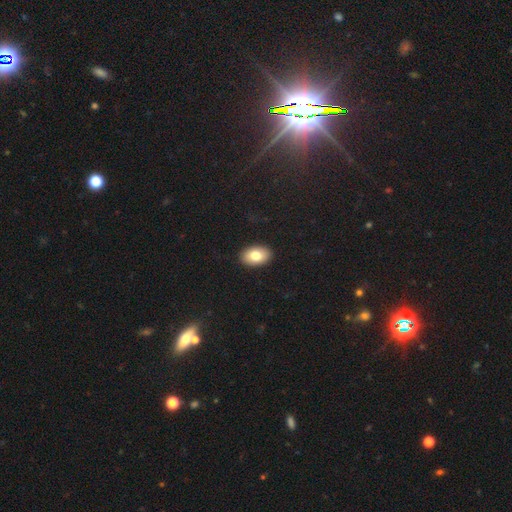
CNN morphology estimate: Q: Smooth or featured?
A: smooth (81%); runner-up: featured or disk (12%)
Q: How rounded?
A: in between (90%); runner-up: round (9%)
Q: Merging?
A: none (91%); runner-up: minor disturbance (7%)